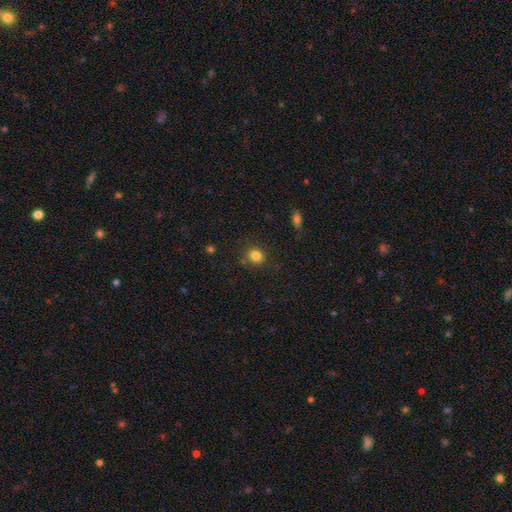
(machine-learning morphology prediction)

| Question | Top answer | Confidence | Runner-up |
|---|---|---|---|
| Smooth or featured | smooth | 83% | star or artifact (12%) |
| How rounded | round | 81% | in between (18%) |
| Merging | none | 82% | minor disturbance (11%) |